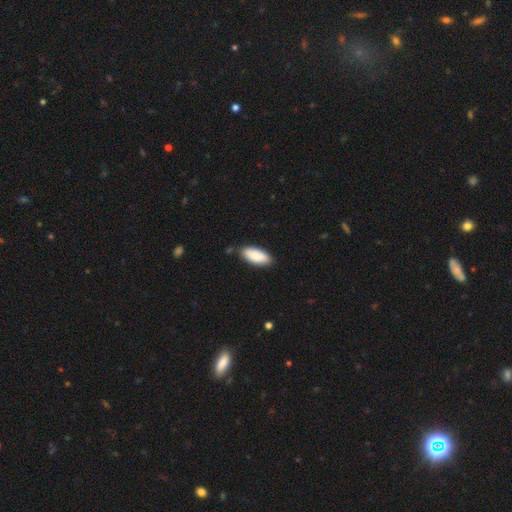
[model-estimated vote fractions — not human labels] Overall: smooth (88%). How rounded: in between (87%). Merging: none (83%).